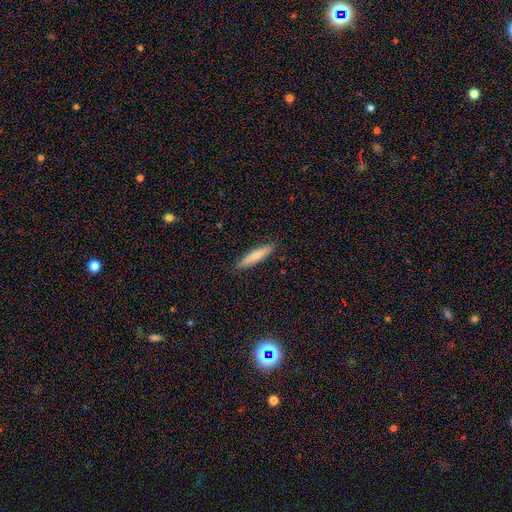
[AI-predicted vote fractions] smooth-or-featured: smooth: 69% | featured or disk: 26% | star or artifact: 6%
  how-rounded: cigar-shaped: 88% | in between: 10% | round: 1%
  merging: none: 89% | minor disturbance: 8% | major disturbance: 2% | merger: 1%